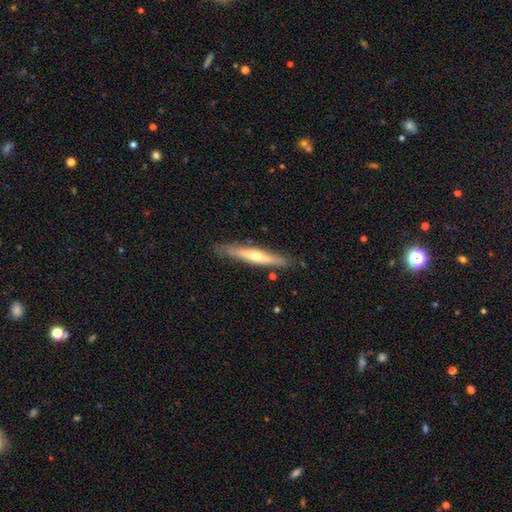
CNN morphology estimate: Smooth or featured? Predicted: featured or disk (p=0.60). Edge-on disk? Predicted: yes (p=0.92). Edge-on bulge? Predicted: rounded (p=0.81). Merging? Predicted: none (p=0.85).